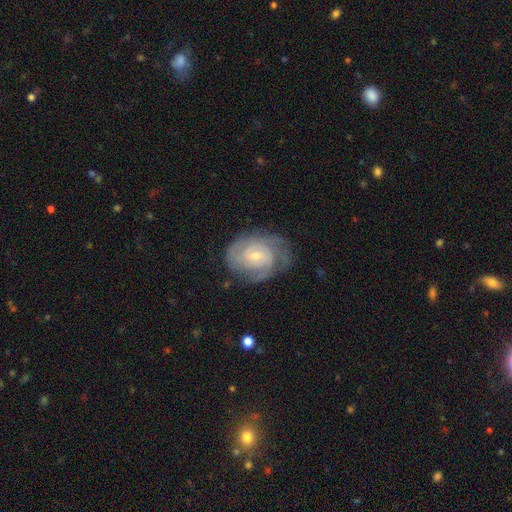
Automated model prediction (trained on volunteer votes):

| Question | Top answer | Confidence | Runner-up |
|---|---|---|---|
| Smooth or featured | featured or disk | 83% | smooth (12%) |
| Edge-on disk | no | 97% | yes (3%) |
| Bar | no | 58% | weak (35%) |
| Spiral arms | yes | 95% | no (5%) |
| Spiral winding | tight | 62% | medium (32%) |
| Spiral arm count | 2 | 37% | can't tell (26%) |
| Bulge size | small | 68% | moderate (28%) |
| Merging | none | 69% | minor disturbance (21%) |